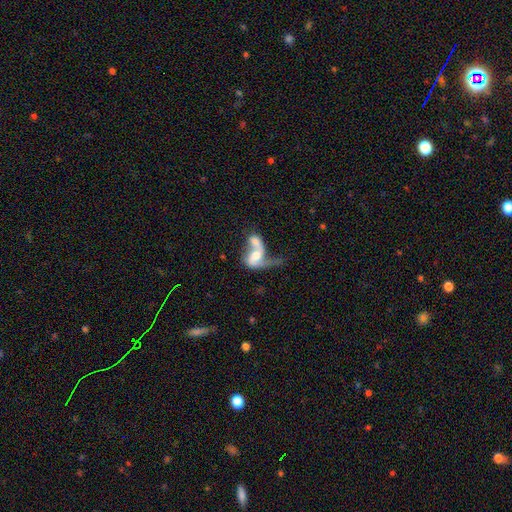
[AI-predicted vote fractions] Smooth or featured: featured or disk — 56% (smooth — 36%)
Edge-on disk: no — 95% (yes — 5%)
Bar: no — 61% (weak — 30%)
Spiral arms: yes — 69% (no — 31%)
Bulge size: moderate — 50% (large — 19%)
Merging: merger — 71% (major disturbance — 14%)